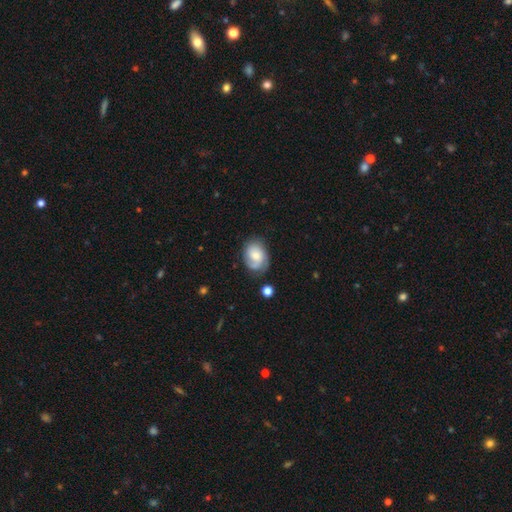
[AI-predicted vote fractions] A featured or disk galaxy (50%). Merging: none (63%).